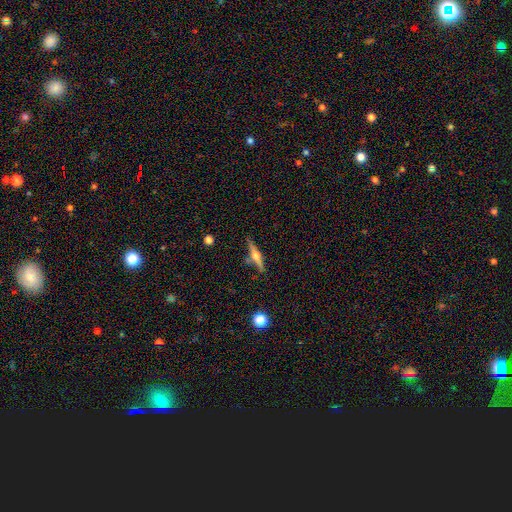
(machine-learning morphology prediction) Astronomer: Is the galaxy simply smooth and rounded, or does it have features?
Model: featured or disk — 73%.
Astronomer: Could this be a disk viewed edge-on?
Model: yes — 97%.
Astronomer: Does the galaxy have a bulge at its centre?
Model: rounded — 93%.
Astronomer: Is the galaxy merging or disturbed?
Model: none — 82%.